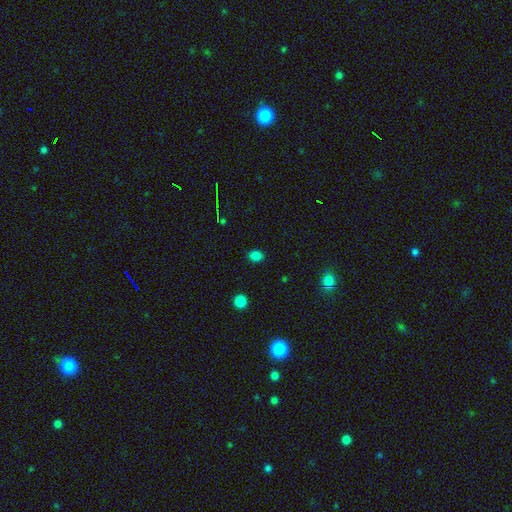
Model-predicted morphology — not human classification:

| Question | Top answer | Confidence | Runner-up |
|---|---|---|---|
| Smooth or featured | smooth | 82% | star or artifact (15%) |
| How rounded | in between | 52% | round (47%) |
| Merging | none | 88% | minor disturbance (8%) |